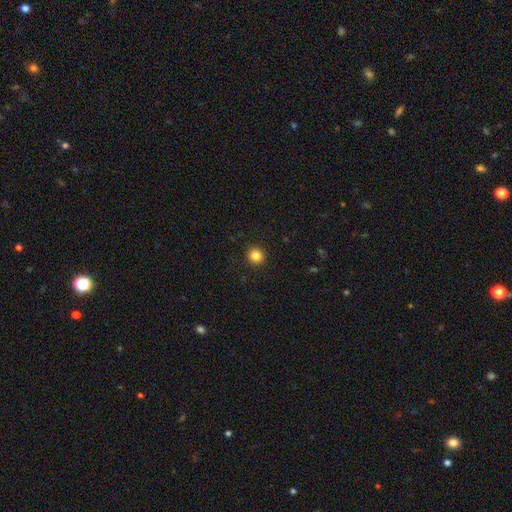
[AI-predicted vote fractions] smooth_or_featured: smooth (p=0.84) [alt: star or artifact p=0.11]
how_rounded: round (p=0.91) [alt: in between p=0.08]
merging: none (p=0.93) [alt: minor disturbance p=0.05]